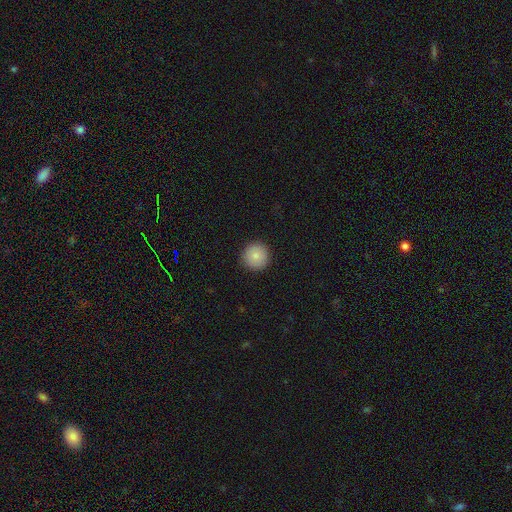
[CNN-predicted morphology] Smooth or featured? smooth (85%)
How rounded? round (96%)
Merging? none (92%)